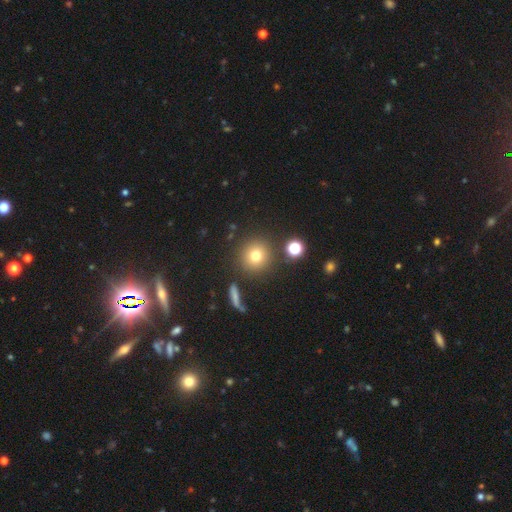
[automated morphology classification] Smooth or featured?
  - smooth: 74% *
  - star or artifact: 15%
  - featured or disk: 10%
How rounded?
  - round: 93% *
  - in between: 6%
  - cigar-shaped: 1%
Merging?
  - none: 85% *
  - minor disturbance: 7%
  - merger: 4%
  - major disturbance: 3%